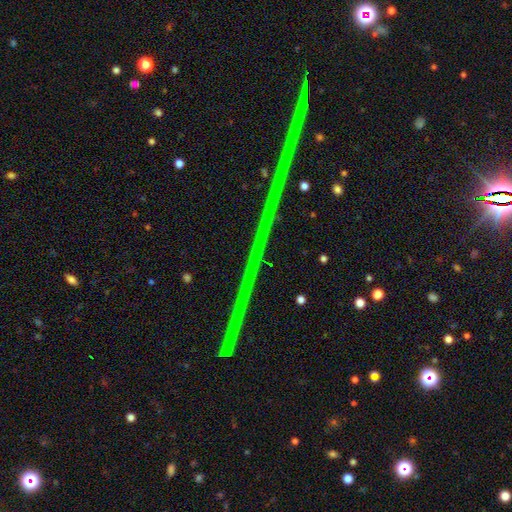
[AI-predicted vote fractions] This is clearly a star or artifact rather than a galaxy (85%).